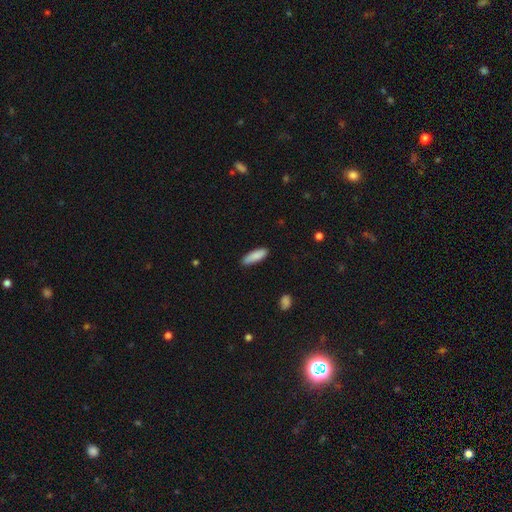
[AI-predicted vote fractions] This appears to be a smooth galaxy with no disk features (88%) that is cigar-shaped (50%). Merging: none (85%).